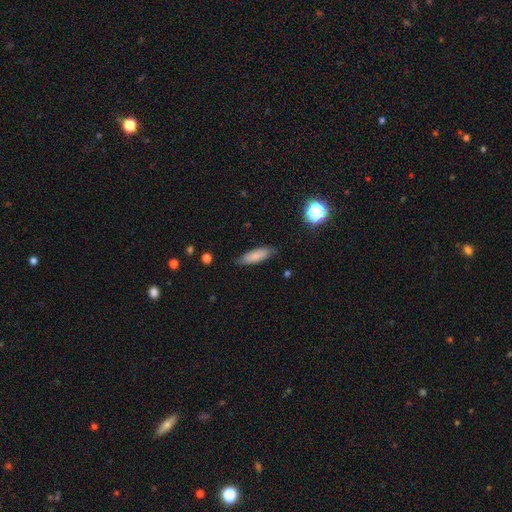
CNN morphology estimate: A smooth galaxy with no disk features (79%) that is cigar-shaped (54%). Merging: none (81%).